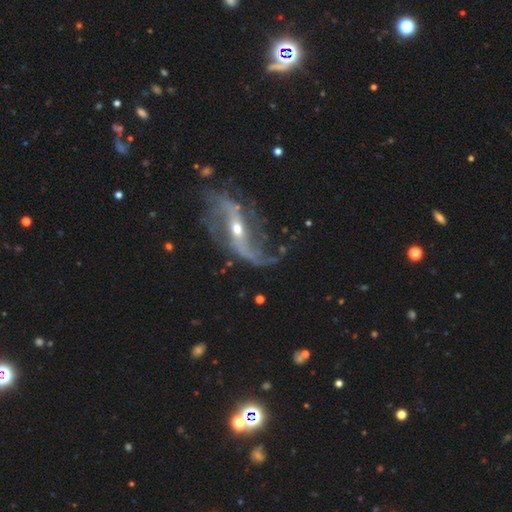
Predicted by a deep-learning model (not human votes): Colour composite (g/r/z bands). It shows a featured or disk galaxy (88%) with a strong bar (43%), 2 (87%) loose (79%) spiral arms (94%) and a small central bulge (54%). Merging: none (58%).